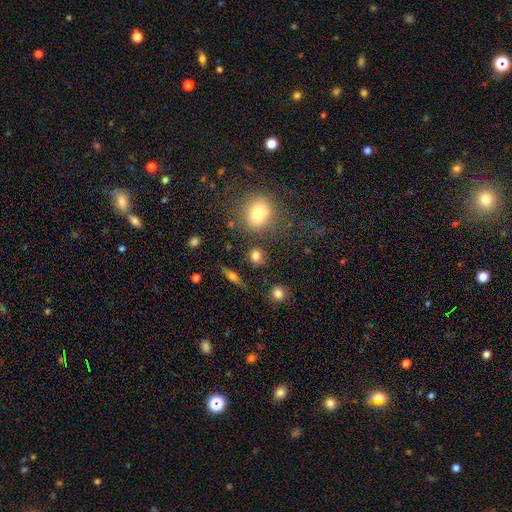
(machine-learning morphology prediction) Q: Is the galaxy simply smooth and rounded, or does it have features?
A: smooth — 77%.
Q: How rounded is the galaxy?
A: round — 74%.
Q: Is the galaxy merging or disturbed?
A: none — 80%.